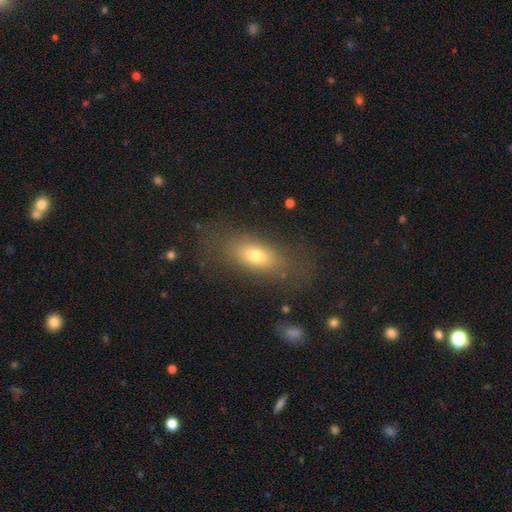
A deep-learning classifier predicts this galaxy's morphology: Smooth or featured?
  - smooth: 67% *
  - featured or disk: 22%
  - star or artifact: 12%
How rounded?
  - in between: 75% *
  - cigar-shaped: 17%
  - round: 8%
Merging?
  - none: 72% *
  - minor disturbance: 15%
  - major disturbance: 11%
  - merger: 2%